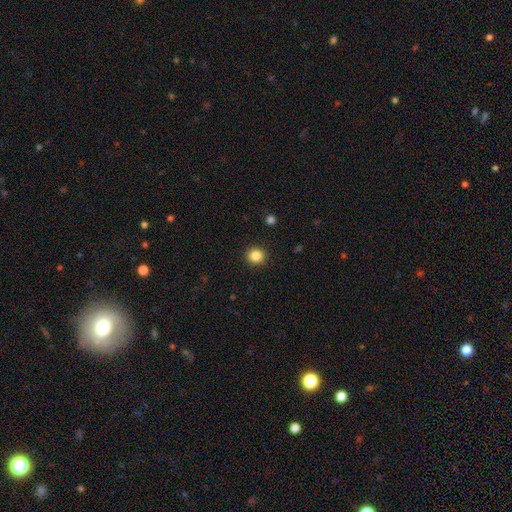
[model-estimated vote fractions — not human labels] A smooth galaxy with no disk features (85%) that is round (91%).

Vote fractions:
- Smooth or featured? smooth: 85% / star or artifact: 11% / featured or disk: 4%
- How rounded? round: 91% / in between: 8% / cigar-shaped: 1%
- Merging? none: 92% / minor disturbance: 5% / major disturbance: 2% / merger: 1%